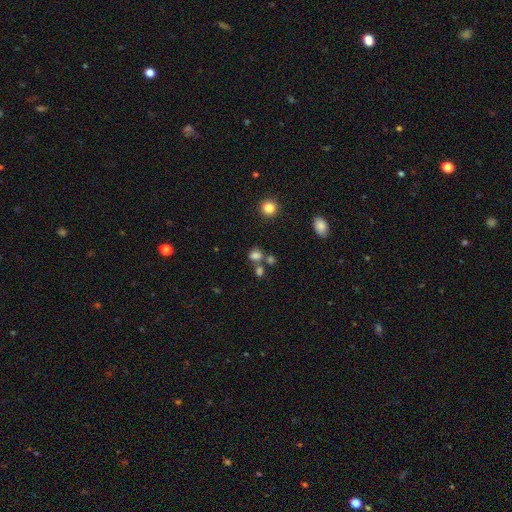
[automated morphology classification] smooth-or-featured: smooth: 75% | star or artifact: 17% | featured or disk: 8%
  how-rounded: in between: 50% | round: 48% | cigar-shaped: 2%
  merging: none: 49% | merger: 33% | minor disturbance: 12% | major disturbance: 6%